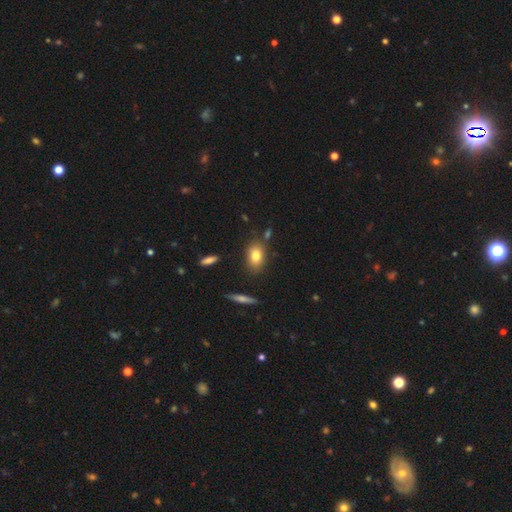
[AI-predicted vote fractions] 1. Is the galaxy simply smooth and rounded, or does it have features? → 78% smooth, 13% featured or disk, 9% star or artifact.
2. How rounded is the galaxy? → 79% in between, 17% round, 4% cigar-shaped.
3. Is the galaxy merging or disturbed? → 77% none, 14% minor disturbance, 6% merger, 3% major disturbance.